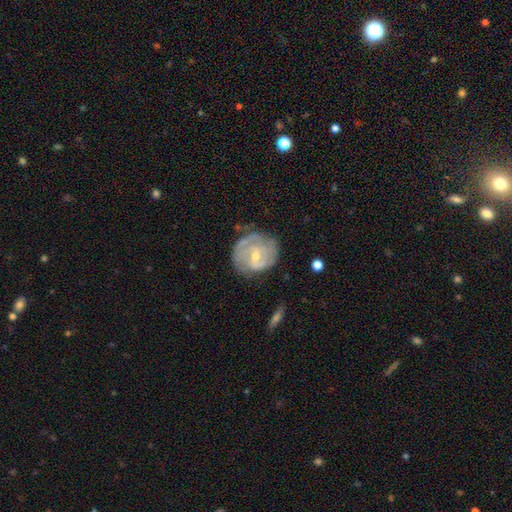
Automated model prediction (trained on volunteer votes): Smooth or featured? featured or disk (73%)
Edge-on disk? no (97%)
Bar? weak (48%)
Spiral arms? yes (81%)
Spiral winding? tight (54%)
Spiral arm count? 2 (42%)
Bulge size? small (55%)
Merging? none (59%)